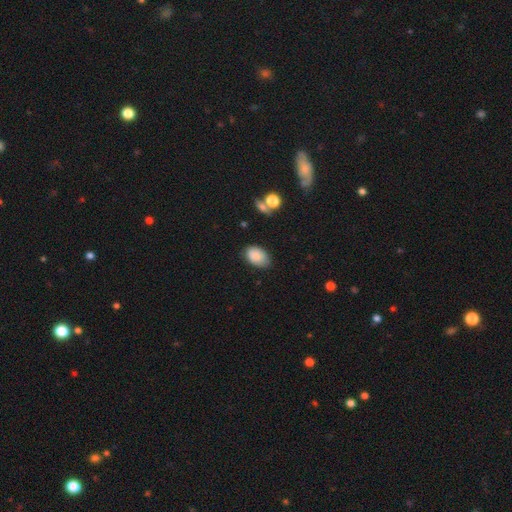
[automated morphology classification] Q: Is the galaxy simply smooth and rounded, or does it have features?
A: smooth — 85%.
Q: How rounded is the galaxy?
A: in between — 90%.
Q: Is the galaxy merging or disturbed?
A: none — 75%.